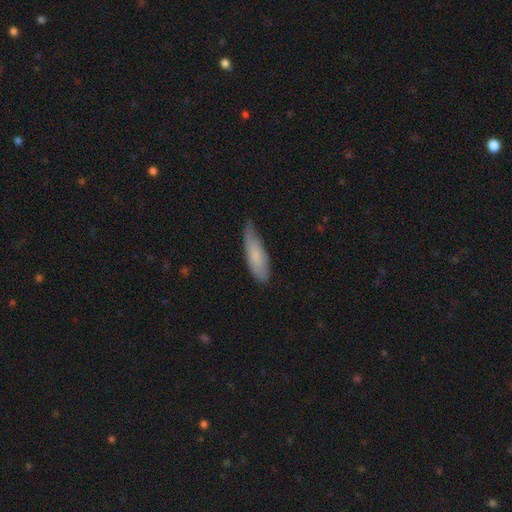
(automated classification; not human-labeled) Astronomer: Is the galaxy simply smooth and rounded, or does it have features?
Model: smooth — 72%.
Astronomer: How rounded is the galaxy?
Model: cigar-shaped — 53% (runner-up: in between, 45%).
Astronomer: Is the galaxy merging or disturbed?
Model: none — 57% (runner-up: minor disturbance, 35%).